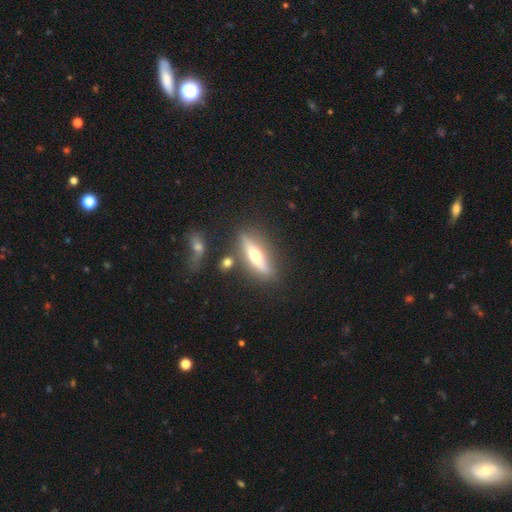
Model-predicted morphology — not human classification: Smooth or featured? featured or disk (58%)
Edge-on disk? yes (87%)
Edge-on bulge? rounded (94%)
Merging? none (77%)